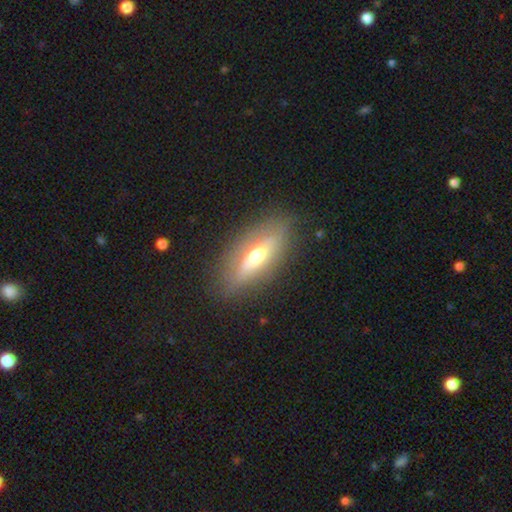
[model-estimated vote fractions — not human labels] Smooth or featured? Predicted: featured or disk (p=0.48). Merging? Predicted: none (p=0.82).